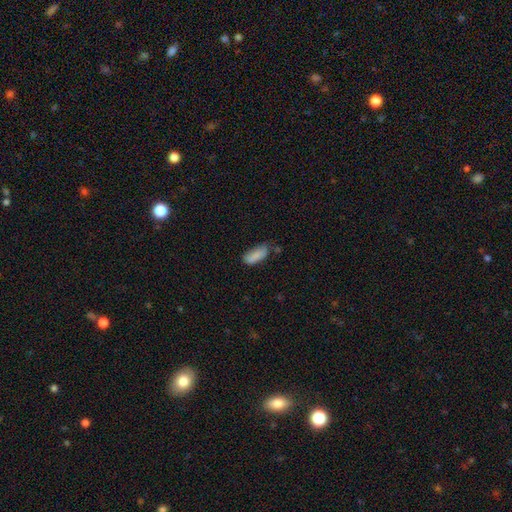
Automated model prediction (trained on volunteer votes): Q: Smooth or featured?
A: smooth (85%); runner-up: star or artifact (7%)
Q: How rounded?
A: in between (79%); runner-up: cigar-shaped (19%)
Q: Merging?
A: none (58%); runner-up: minor disturbance (29%)